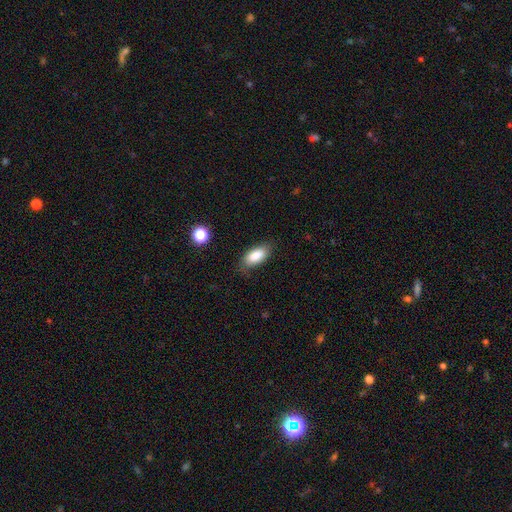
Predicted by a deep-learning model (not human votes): The model was most divided on "merging": none: 74%, minor disturbance: 19%, major disturbance: 5%, merger: 2%. More confident: how rounded — in between (88%); smooth or featured — smooth (84%).